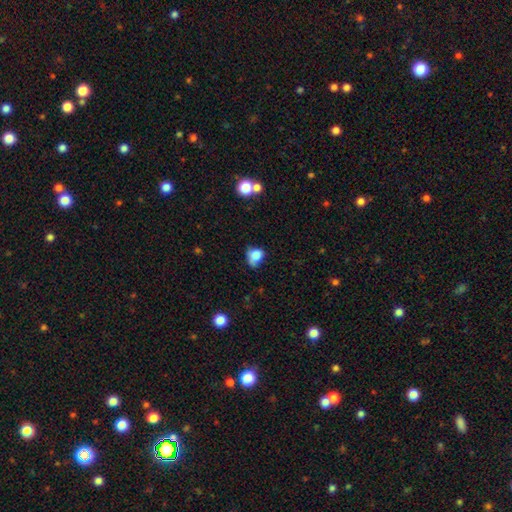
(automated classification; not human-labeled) Overall: smooth (76%). How rounded: in between (52%; round 47%). Merging: minor disturbance (39%; none 36%).